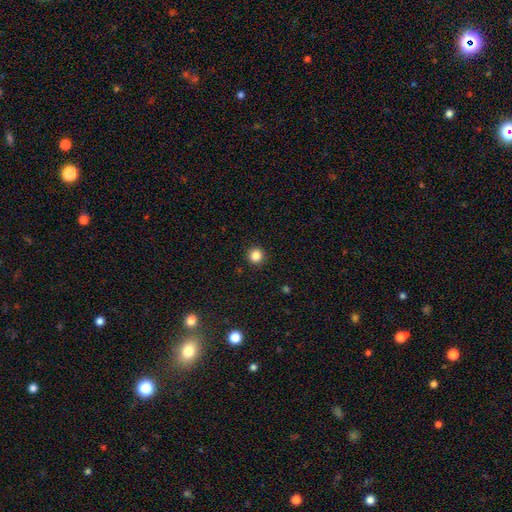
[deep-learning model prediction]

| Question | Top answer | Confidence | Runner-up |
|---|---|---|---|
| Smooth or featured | smooth | 85% | star or artifact (11%) |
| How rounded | round | 94% | in between (6%) |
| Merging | none | 92% | minor disturbance (5%) |